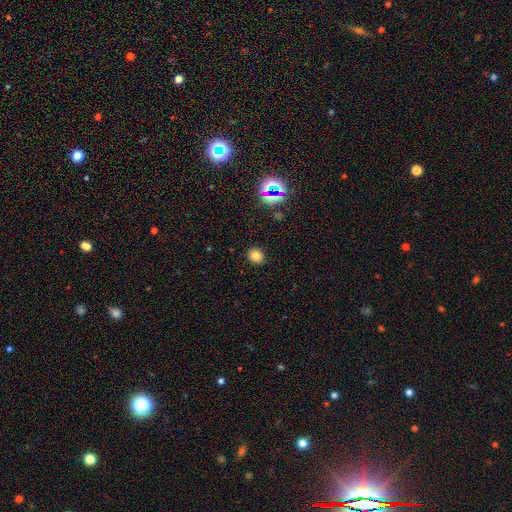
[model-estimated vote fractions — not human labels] smooth 77%, star or artifact 17%, featured or disk 6%. Down the decision tree: how rounded — round (66%); merging — none (89%).